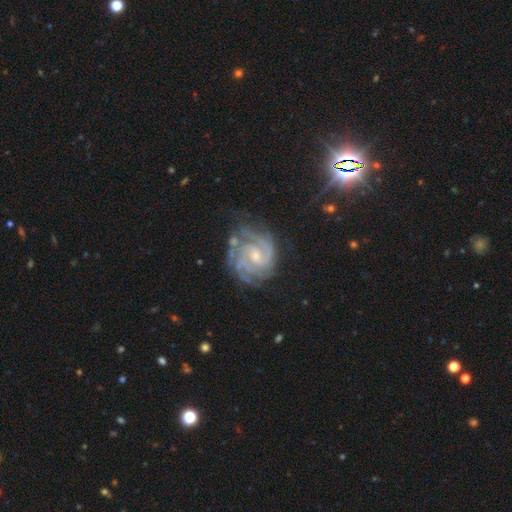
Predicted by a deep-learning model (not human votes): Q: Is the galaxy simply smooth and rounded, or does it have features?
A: featured or disk — 90%.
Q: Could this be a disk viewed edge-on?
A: no — 98%.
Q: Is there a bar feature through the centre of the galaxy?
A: no — 49%.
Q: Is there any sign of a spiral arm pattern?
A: yes — 98%.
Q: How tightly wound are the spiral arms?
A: tight — 69%.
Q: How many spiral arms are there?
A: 2 — 37%.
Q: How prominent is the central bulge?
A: small — 55%.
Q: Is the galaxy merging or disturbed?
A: none — 68%.